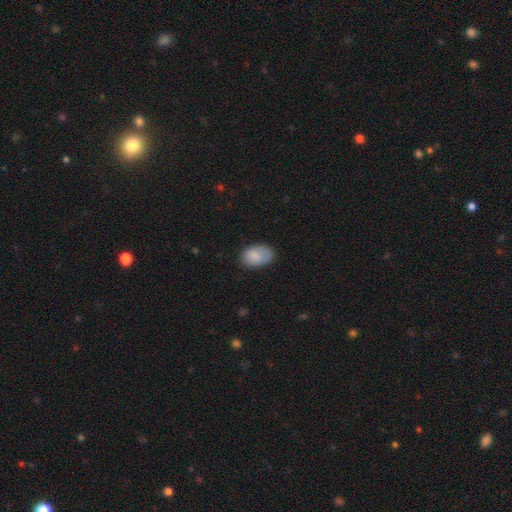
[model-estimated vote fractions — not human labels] smooth 85%, featured or disk 9%, star or artifact 7%. Down the decision tree: how rounded — in between (88%); merging — none (71%).